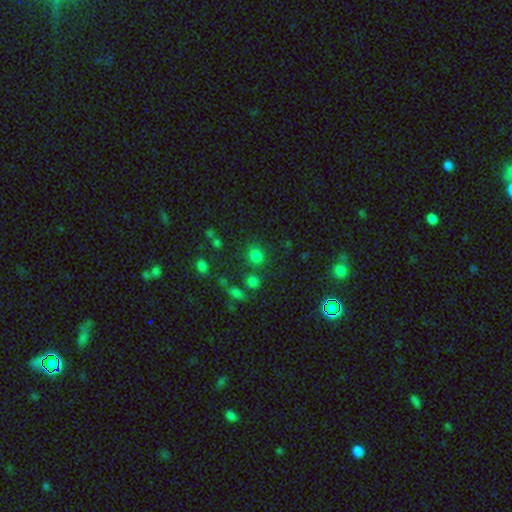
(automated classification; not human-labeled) smooth_or_featured: smooth (p=0.75) [alt: star or artifact p=0.19]
how_rounded: round (p=0.82) [alt: in between p=0.16]
merging: none (p=0.75) [alt: minor disturbance p=0.11]